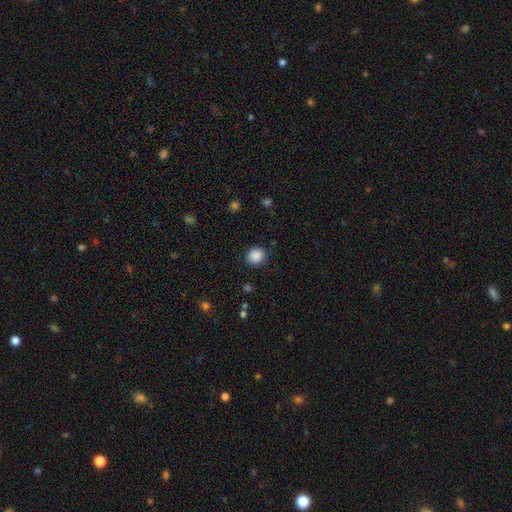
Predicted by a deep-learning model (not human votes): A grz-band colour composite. It shows a smooth galaxy with no disk features (87%) that is round (87%). Merging: none (88%).